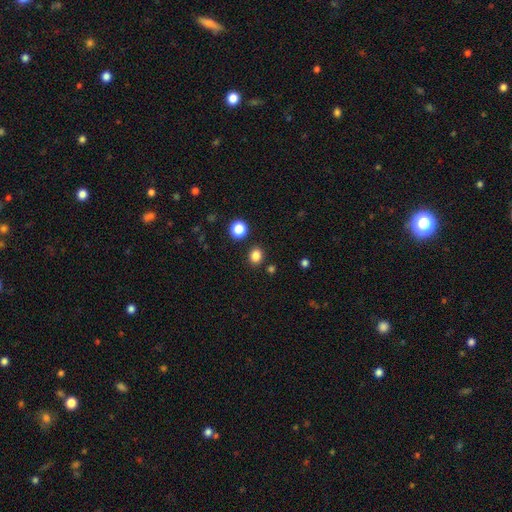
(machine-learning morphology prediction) The model was most divided on "how rounded": round: 65%, in between: 34%, cigar-shaped: 1%. More confident: merging — none (87%); smooth or featured — smooth (84%).